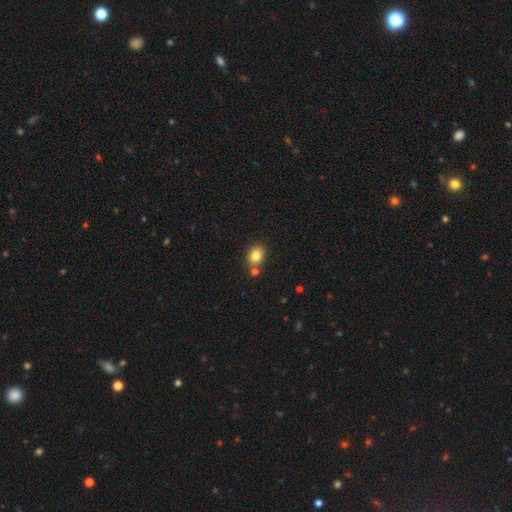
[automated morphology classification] smooth 82%, star or artifact 10%, featured or disk 8%. Down the decision tree: how rounded — in between (55%); merging — none (69%).